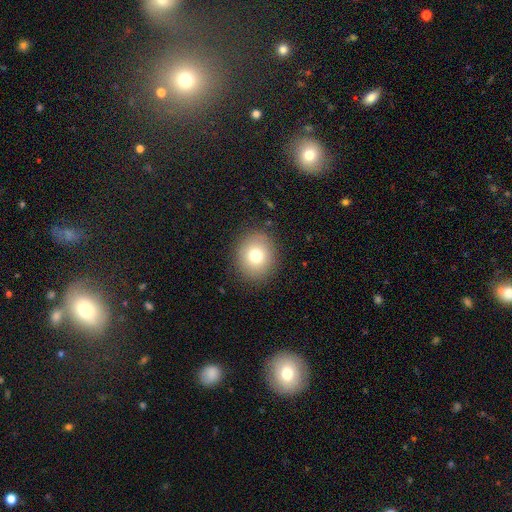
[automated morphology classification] smooth_or_featured: smooth (p=0.77) [alt: featured or disk p=0.12]
how_rounded: round (p=0.74) [alt: in between p=0.26]
merging: none (p=0.88) [alt: minor disturbance p=0.08]